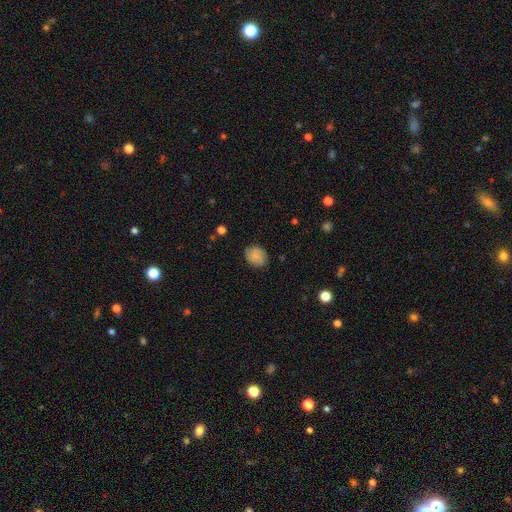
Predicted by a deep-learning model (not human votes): A smooth galaxy with no disk features (78%) that is round (58%).

Vote fractions:
- Smooth or featured? smooth: 78% / featured or disk: 13% / star or artifact: 9%
- How rounded? round: 58% / in between: 41% / cigar-shaped: 1%
- Merging? none: 79% / minor disturbance: 16% / major disturbance: 4% / merger: 1%